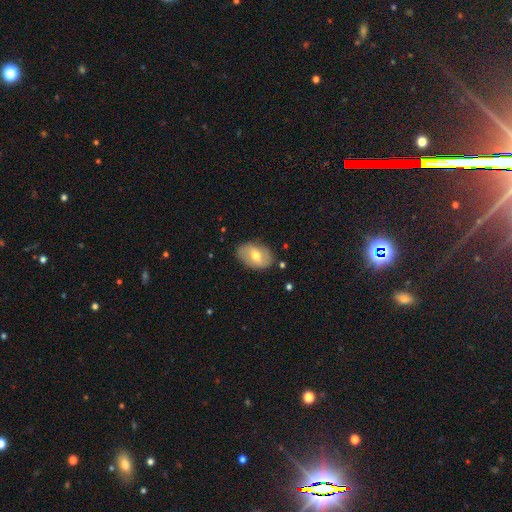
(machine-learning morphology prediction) Smooth or featured: smooth — 53% (featured or disk — 41%)
How rounded: in between — 85% (round — 13%)
Merging: none — 79% (minor disturbance — 15%)